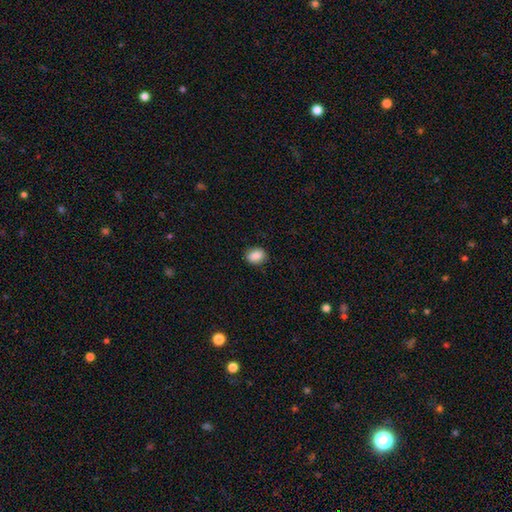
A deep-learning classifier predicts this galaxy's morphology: Smooth or featured: smooth — 89% (star or artifact — 8%)
How rounded: in between — 65% (round — 34%)
Merging: none — 87% (minor disturbance — 10%)